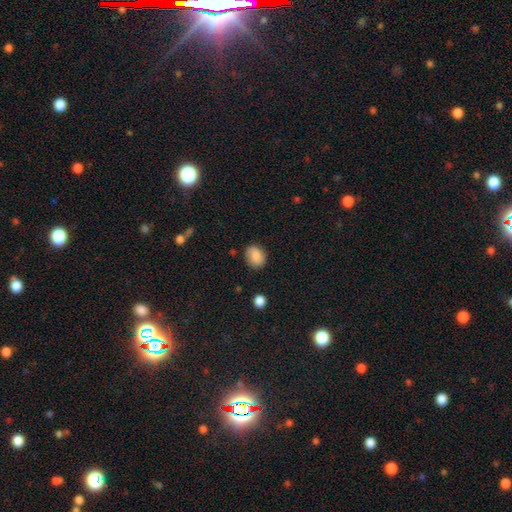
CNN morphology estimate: This is clearly a smooth galaxy (84%). How rounded: possibly round (52%). Merging: clearly none (80%).